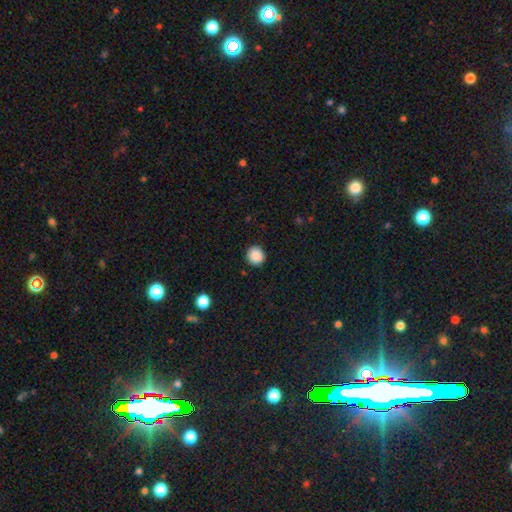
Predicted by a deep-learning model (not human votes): Morphology: type=smooth (88%); roundness=round (92%); merging=none (91%).